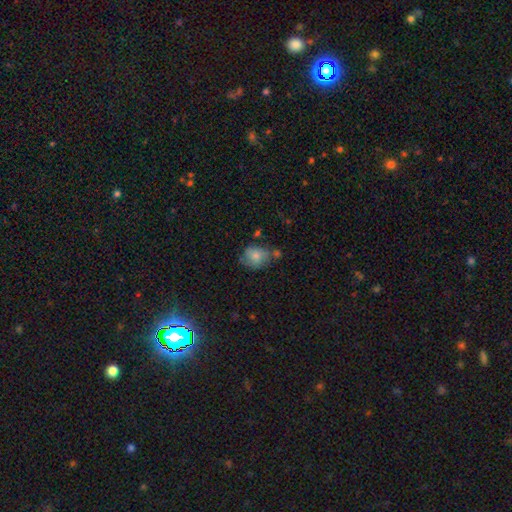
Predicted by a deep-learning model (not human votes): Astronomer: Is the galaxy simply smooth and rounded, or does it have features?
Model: smooth — 71%.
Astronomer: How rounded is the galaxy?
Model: in between — 50% (runner-up: round, 48%).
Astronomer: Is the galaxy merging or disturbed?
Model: none — 48% (runner-up: minor disturbance, 29%).